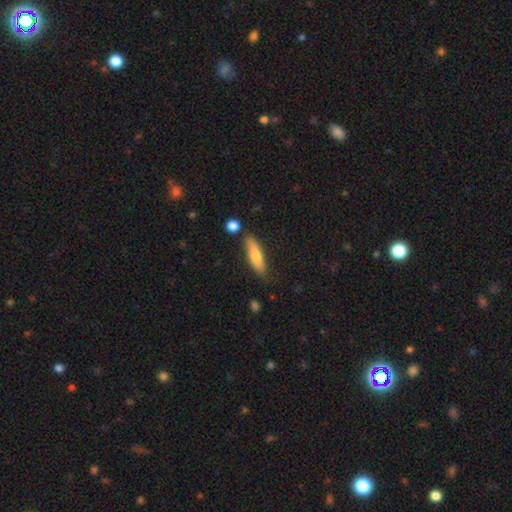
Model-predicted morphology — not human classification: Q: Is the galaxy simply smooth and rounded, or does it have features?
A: smooth — 70%.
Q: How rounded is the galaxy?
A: cigar-shaped — 70%.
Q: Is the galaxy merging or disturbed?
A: none — 78%.